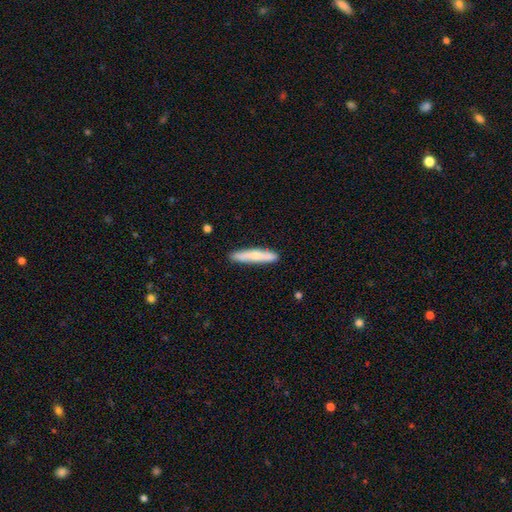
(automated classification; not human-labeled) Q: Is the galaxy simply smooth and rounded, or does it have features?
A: smooth — 65%.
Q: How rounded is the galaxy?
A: cigar-shaped — 91%.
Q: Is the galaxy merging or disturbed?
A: none — 85%.